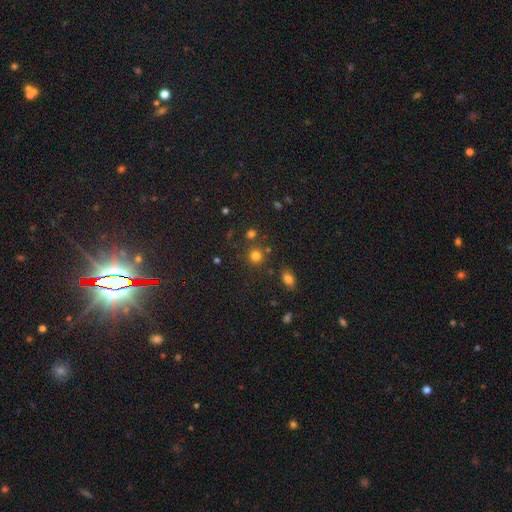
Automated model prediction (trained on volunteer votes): Smooth or featured: smooth — 78% (star or artifact — 16%)
How rounded: round — 88% (in between — 11%)
Merging: none — 79% (merger — 9%)